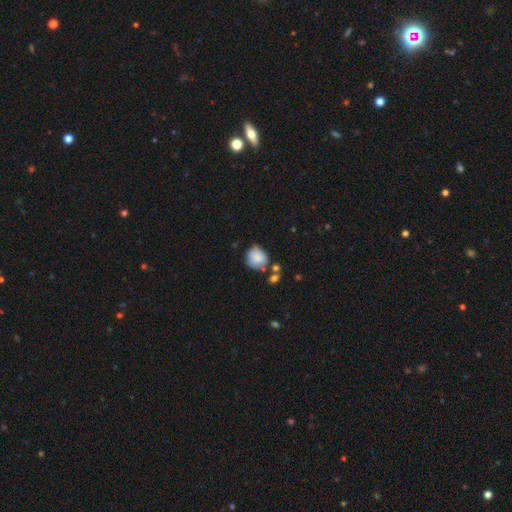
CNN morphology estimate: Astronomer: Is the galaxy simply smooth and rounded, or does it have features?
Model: smooth — 83%.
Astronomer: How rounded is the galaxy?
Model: round — 80%.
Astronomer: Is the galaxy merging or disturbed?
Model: none — 55%.